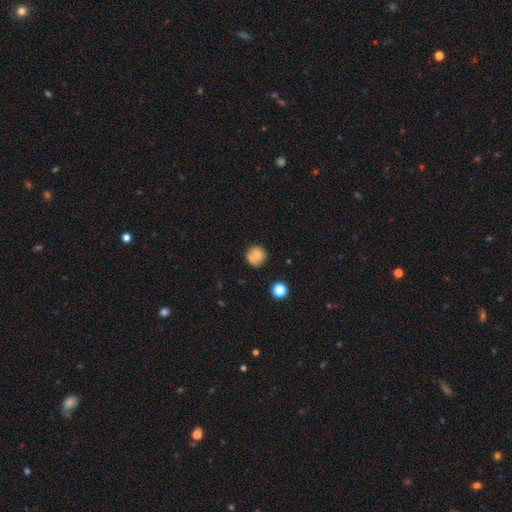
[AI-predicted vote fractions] Smooth or featured? smooth (69%)
How rounded? round (86%)
Merging? none (59%)